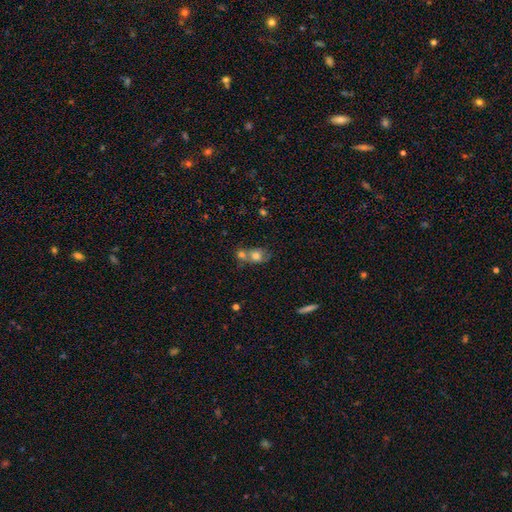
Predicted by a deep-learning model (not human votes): Smooth or featured? smooth (72%)
How rounded? round (55%)
Merging? merger (58%)